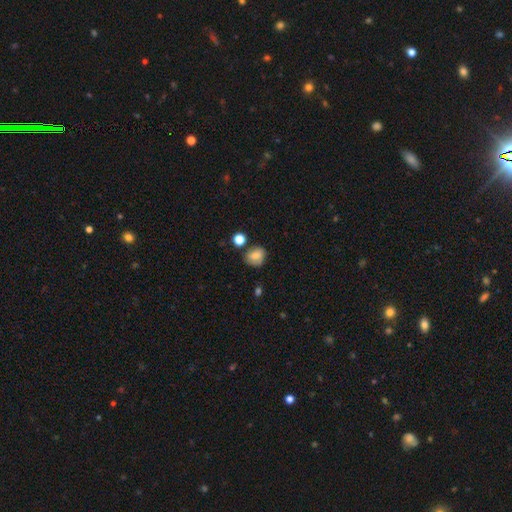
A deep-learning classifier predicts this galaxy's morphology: The model was most divided on "how rounded": round: 71%, in between: 28%, cigar-shaped: 1%. More confident: smooth or featured — smooth (76%); merging — none (71%).